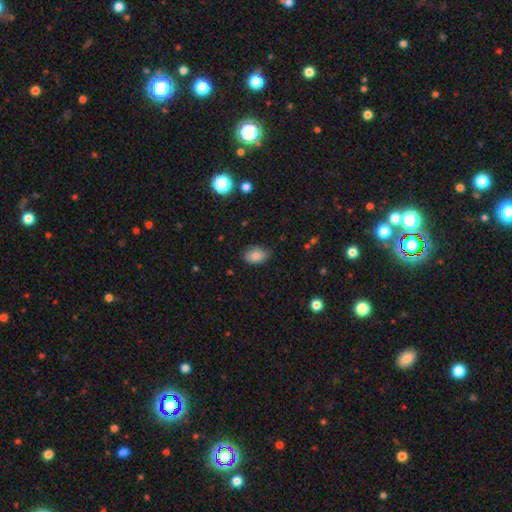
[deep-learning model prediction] This is clearly a smooth galaxy (84%). How rounded: clearly in between (84%). Merging: likely none (72%).